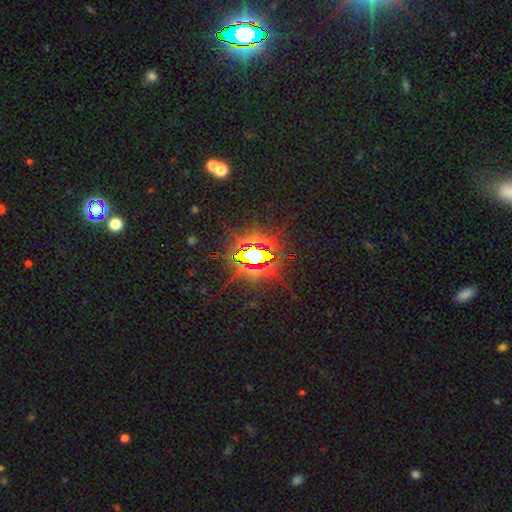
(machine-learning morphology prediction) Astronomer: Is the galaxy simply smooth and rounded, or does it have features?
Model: star or artifact — 83%.